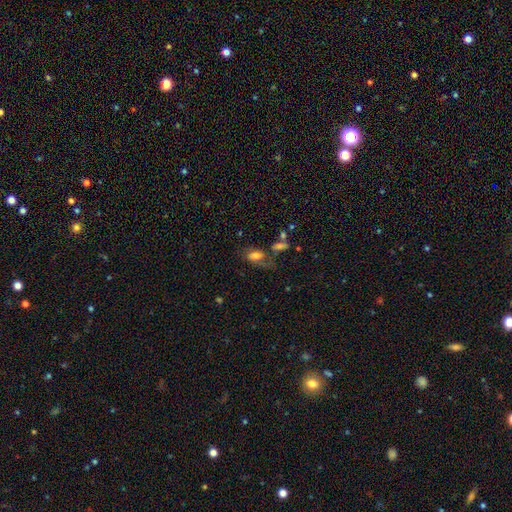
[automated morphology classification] Smooth or featured?
  - smooth: 57% *
  - featured or disk: 31%
  - star or artifact: 12%
How rounded?
  - in between: 87% *
  - round: 7%
  - cigar-shaped: 6%
Merging?
  - none: 35% *
  - major disturbance: 26%
  - merger: 20%
  - minor disturbance: 19%